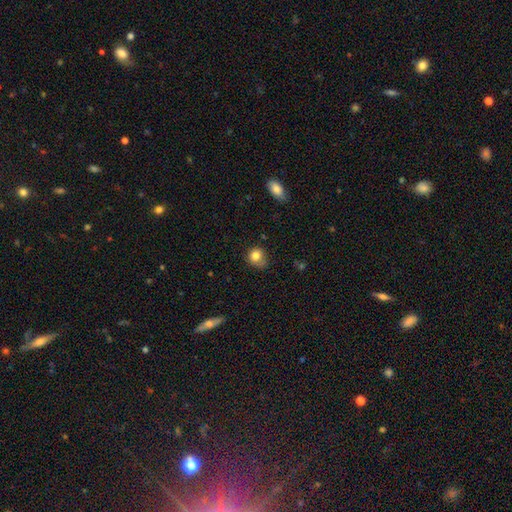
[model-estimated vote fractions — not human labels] This appears to be a smooth galaxy with no disk features (80%) that is round (76%). Merging: none (56%).